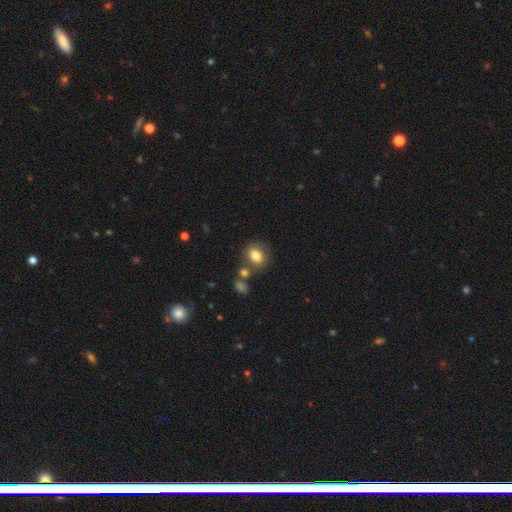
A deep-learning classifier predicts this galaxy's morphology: smooth 81%, star or artifact 9%, featured or disk 9%. Down the decision tree: how rounded — in between (59%); merging — none (69%).